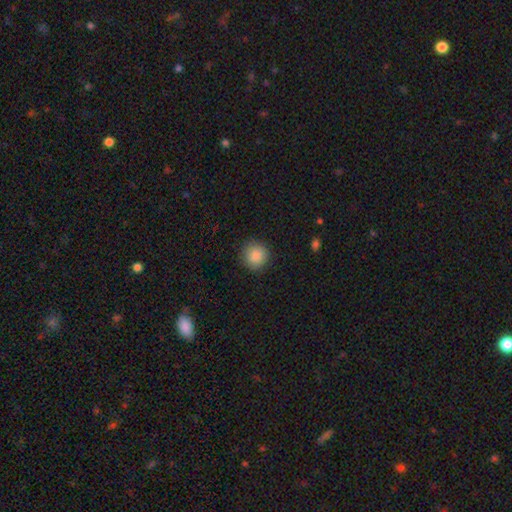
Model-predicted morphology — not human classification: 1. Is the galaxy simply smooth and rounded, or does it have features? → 87% smooth, 9% star or artifact, 4% featured or disk.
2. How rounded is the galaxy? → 93% round, 6% in between, 1% cigar-shaped.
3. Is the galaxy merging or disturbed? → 90% none, 7% minor disturbance, 2% major disturbance, 1% merger.